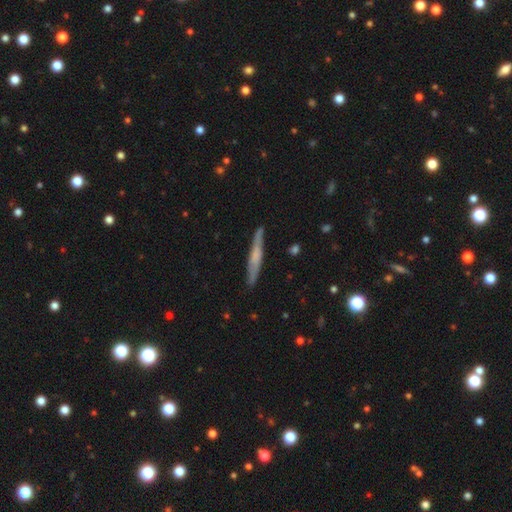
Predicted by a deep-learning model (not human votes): The model was most divided on "smooth or featured": featured or disk: 52%, smooth: 42%, star or artifact: 6%. More confident: edge-on disk — yes (92%); merging — none (86%).